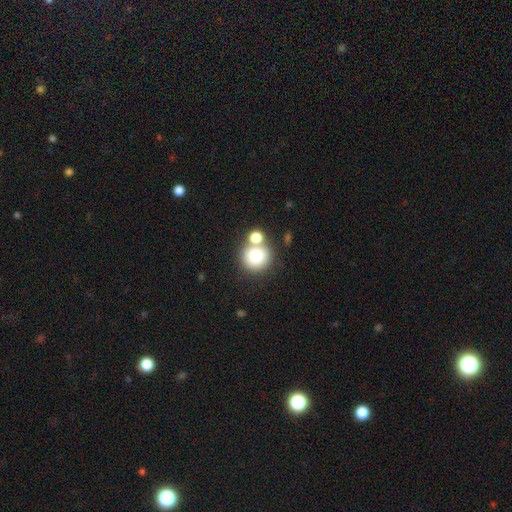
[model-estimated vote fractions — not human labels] Smooth or featured?
  - smooth: 78% *
  - featured or disk: 12%
  - star or artifact: 11%
How rounded?
  - round: 90% *
  - in between: 9%
  - cigar-shaped: 1%
Merging?
  - none: 57% *
  - merger: 30%
  - minor disturbance: 9%
  - major disturbance: 3%